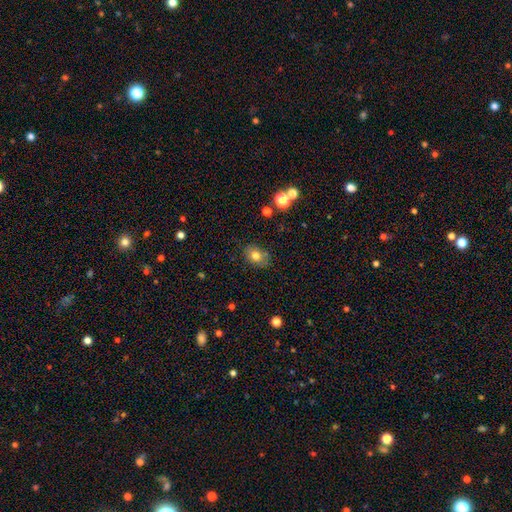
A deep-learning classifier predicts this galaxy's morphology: Q: Smooth or featured?
A: smooth (77%); runner-up: featured or disk (12%)
Q: How rounded?
A: in between (67%); runner-up: round (32%)
Q: Merging?
A: none (78%); runner-up: minor disturbance (15%)